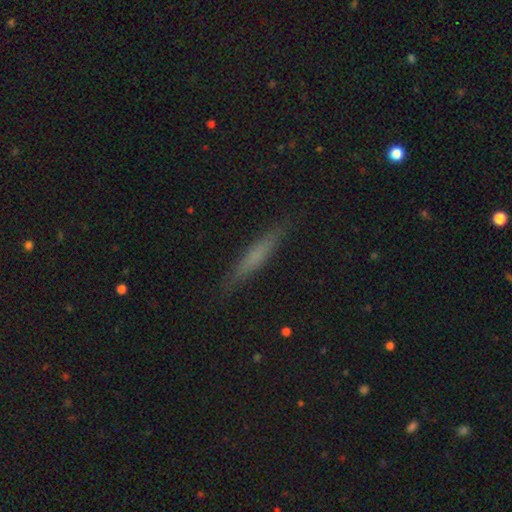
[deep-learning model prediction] A smooth galaxy with no disk features (55%) that is cigar-shaped (93%).

Vote fractions:
- Smooth or featured? smooth: 55% / featured or disk: 36% / star or artifact: 9%
- How rounded? cigar-shaped: 93% / in between: 5% / round: 2%
- Merging? none: 88% / minor disturbance: 9% / major disturbance: 2% / merger: 1%